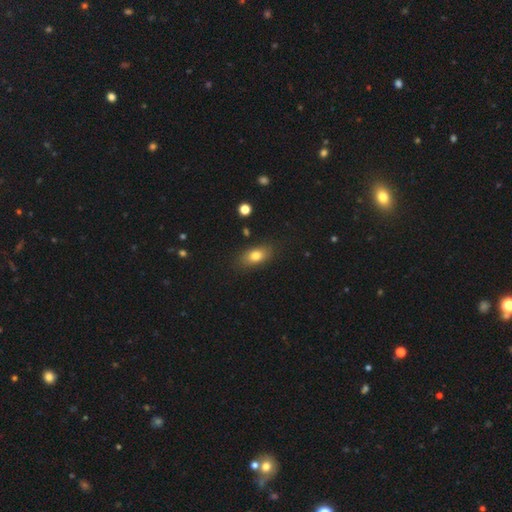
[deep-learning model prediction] This is likely a smooth galaxy (79%). How rounded: clearly in between (84%). Merging: clearly none (82%).